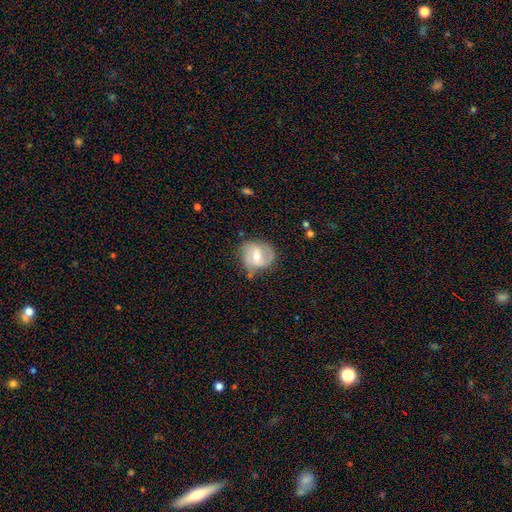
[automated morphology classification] The model was most divided on "spiral winding": medium: 43%, tight: 33%, loose: 24%. More confident: edge-on disk — no (97%); spiral arms — yes (84%); smooth or featured — featured or disk (68%); spiral arm count — 2 (65%); bulge size — moderate (61%); merging — none (59%); bar — weak (50%).